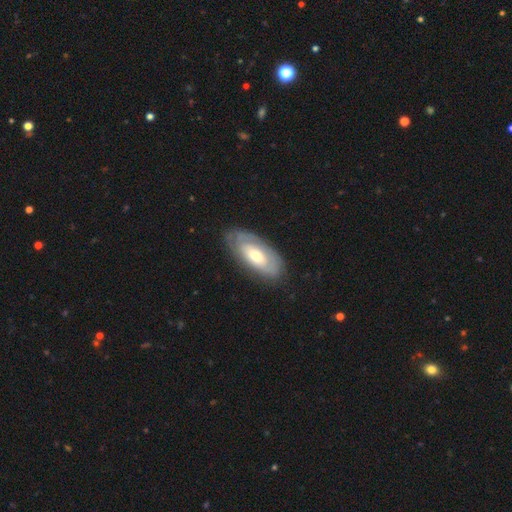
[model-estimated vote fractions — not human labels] A featured or disk galaxy (59%) with no bar (76%), spiral arms (55%) and a moderate central bulge (62%).

Vote fractions:
- Smooth or featured? featured or disk: 59% / smooth: 36% / star or artifact: 5%
- Edge-on disk? no: 87% / yes: 13%
- Bar? no: 76% / weak: 19% / strong: 6%
- Spiral arms? yes: 55% / no: 45%
- Bulge size? moderate: 62% / small: 20% / large: 15% / dominant: 1% / none: 1%
- Merging? none: 76% / minor disturbance: 17% / major disturbance: 5% / merger: 1%